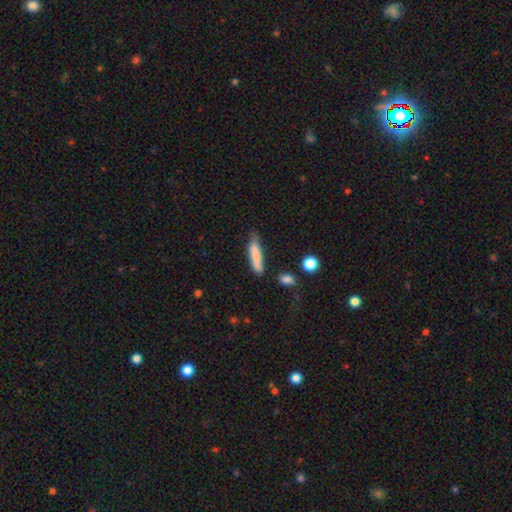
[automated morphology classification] smooth_or_featured: smooth (p=0.81) [alt: featured or disk p=0.12]
how_rounded: cigar-shaped (p=0.80) [alt: in between p=0.18]
merging: none (p=0.61) [alt: minor disturbance p=0.27]